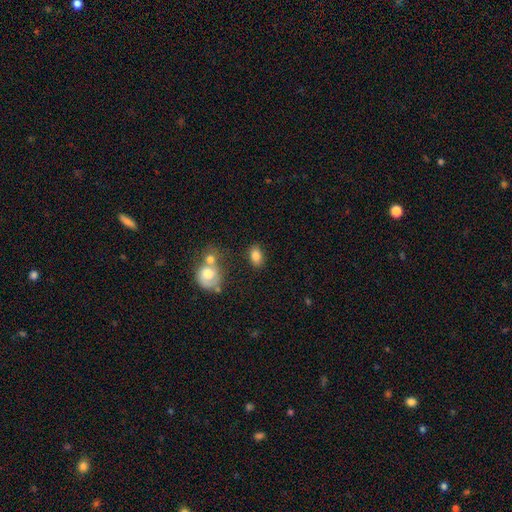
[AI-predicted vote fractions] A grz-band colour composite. It shows a smooth galaxy with no disk features (83%) that is in between round and cigar-shaped (80%). Merging: none (73%).